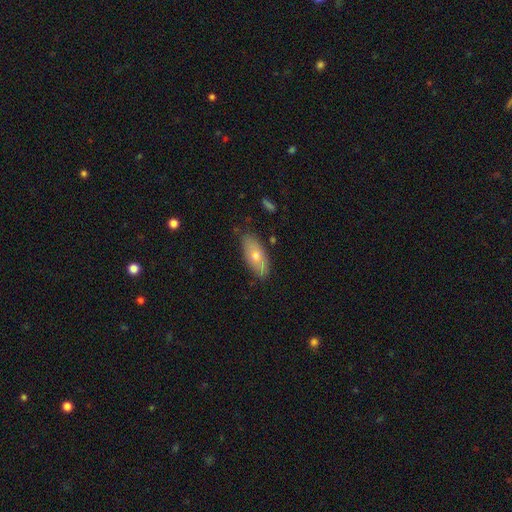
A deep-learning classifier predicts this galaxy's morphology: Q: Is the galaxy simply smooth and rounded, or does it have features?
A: smooth — 57%.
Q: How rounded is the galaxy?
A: in between — 77%.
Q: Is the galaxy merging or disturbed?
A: none — 79%.